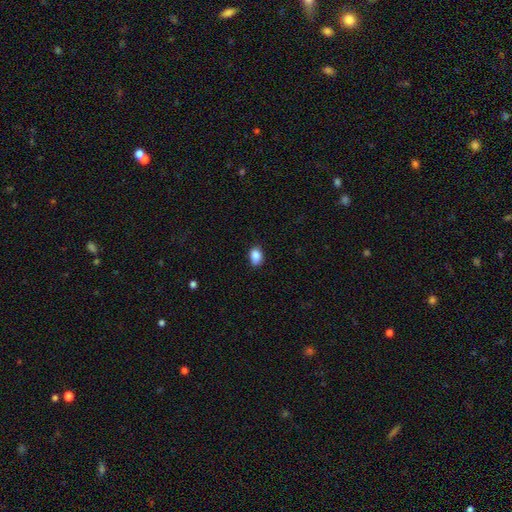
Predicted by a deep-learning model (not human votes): smooth-or-featured: smooth: 88% | star or artifact: 8% | featured or disk: 4%
  how-rounded: in between: 79% | round: 20% | cigar-shaped: 1%
  merging: none: 83% | minor disturbance: 13% | major disturbance: 2% | merger: 1%